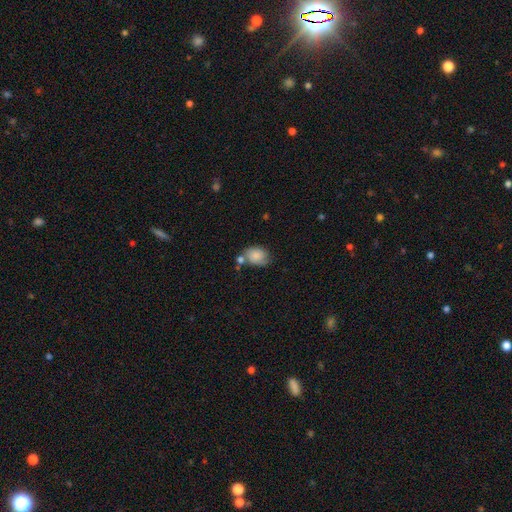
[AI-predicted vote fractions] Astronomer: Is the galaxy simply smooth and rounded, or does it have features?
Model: smooth — 81%.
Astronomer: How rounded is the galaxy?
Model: in between — 68%.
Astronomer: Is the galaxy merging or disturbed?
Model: none — 48% (runner-up: minor disturbance, 25%).